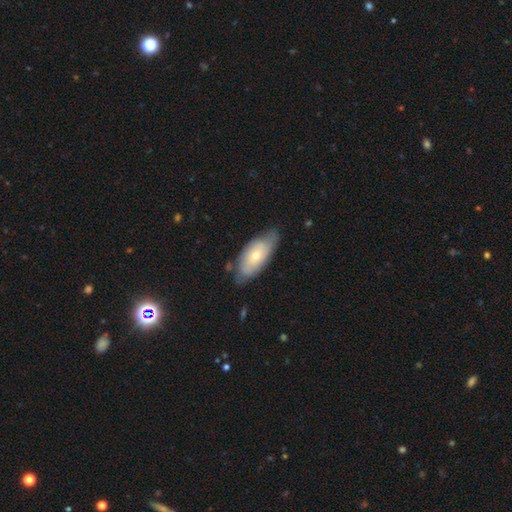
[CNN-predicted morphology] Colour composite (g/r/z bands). It shows a smooth galaxy with no disk features (54%) that is in between round and cigar-shaped (86%). Merging: none (64%).